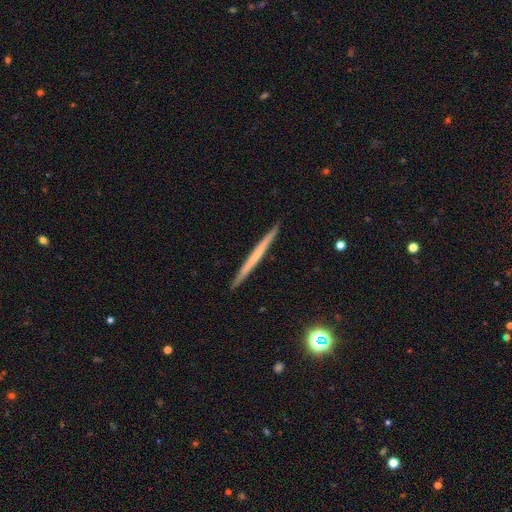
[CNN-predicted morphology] A featured or disk galaxy (50%) viewed edge-on (98%).

Vote fractions:
- Smooth or featured? featured or disk: 50% / smooth: 44% / star or artifact: 6%
- Edge-on disk? yes: 98% / no: 2%
- Merging? none: 93% / minor disturbance: 5% / major disturbance: 1% / merger: 1%